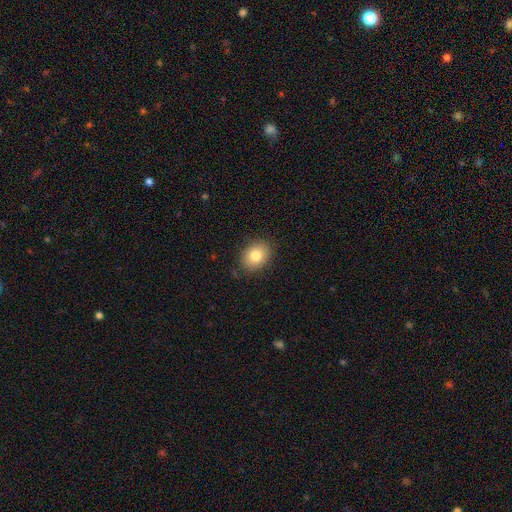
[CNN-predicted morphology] A smooth galaxy with no disk features (81%) that is in between round and cigar-shaped (56%). Merging: none (86%).